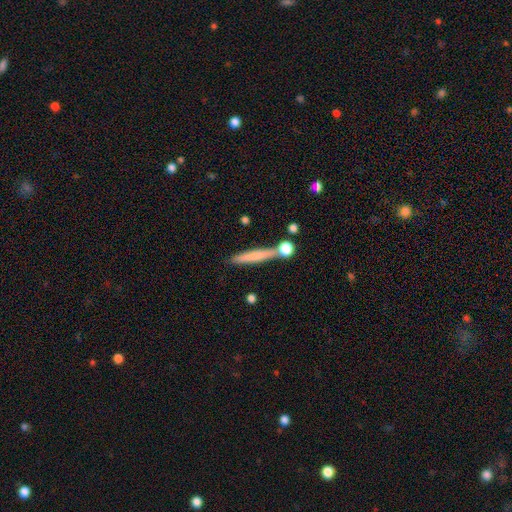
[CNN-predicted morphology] Smooth or featured?
  - smooth: 62% *
  - featured or disk: 30%
  - star or artifact: 7%
How rounded?
  - cigar-shaped: 93% *
  - in between: 5%
  - round: 3%
Merging?
  - none: 75% *
  - minor disturbance: 11%
  - merger: 11%
  - major disturbance: 3%